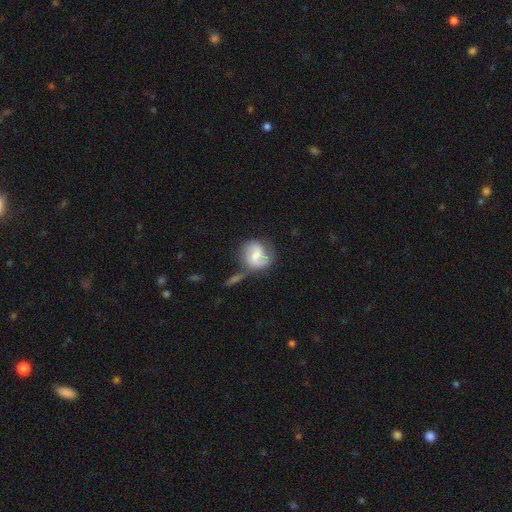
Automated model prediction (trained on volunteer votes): smooth_or_featured: featured or disk (p=0.52) [alt: smooth p=0.41]
disk_edge_on: no (p=0.97) [alt: yes p=0.03]
bar: weak (p=0.49) [alt: no p=0.36]
has_spiral_arms: yes (p=0.82) [alt: no p=0.18]
bulge_size: moderate (p=0.43) [alt: small p=0.38]
merging: none (p=0.48) [alt: minor disturbance p=0.23]